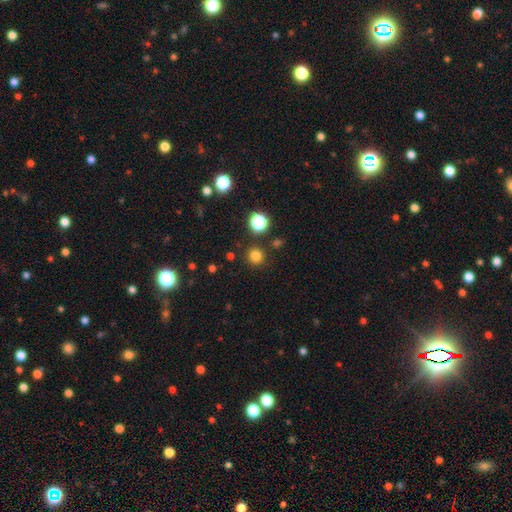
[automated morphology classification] The model was most divided on "smooth or featured": smooth: 79%, star or artifact: 17%, featured or disk: 5%. More confident: how rounded — round (94%); merging — none (88%).